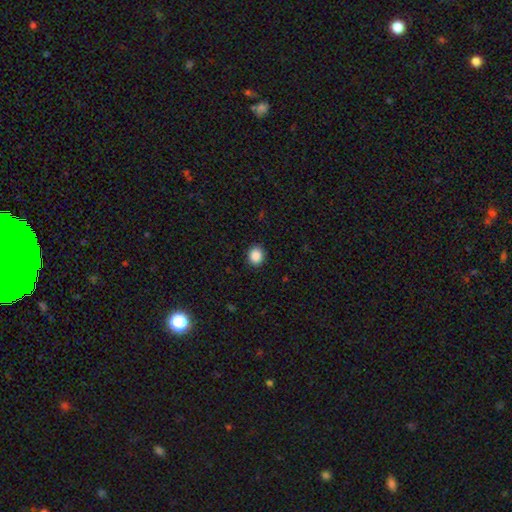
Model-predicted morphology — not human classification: type=smooth (89%); roundness=round (74%); merging=none (91%).